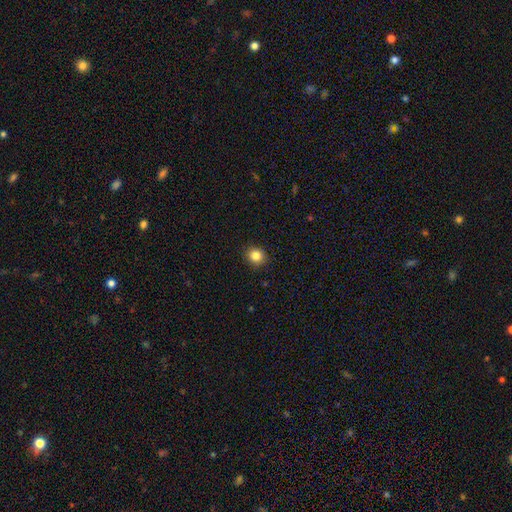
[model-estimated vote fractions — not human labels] Overall: smooth (84%). How rounded: round (85%). Merging: none (91%).